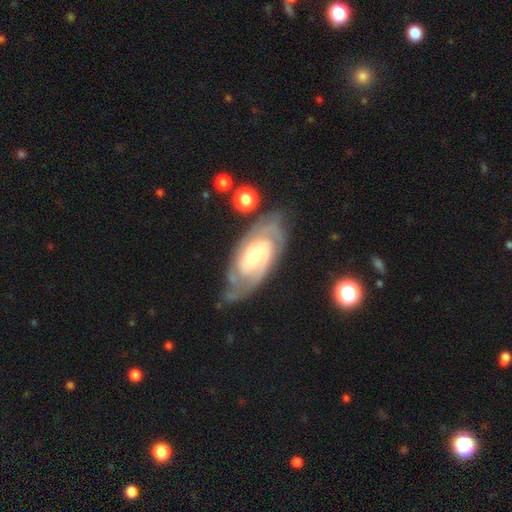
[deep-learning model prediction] The model was most divided on "bulge size": small: 44%, moderate: 29%, large: 16%, none: 8%, dominant: 3%. Remaining: spiral arms — yes (95%); edge-on disk — no (94%); smooth or featured — featured or disk (82%); merging — none (69%); spiral winding — tight (65%); bar — no (52%); spiral arm count — 2 (46%).